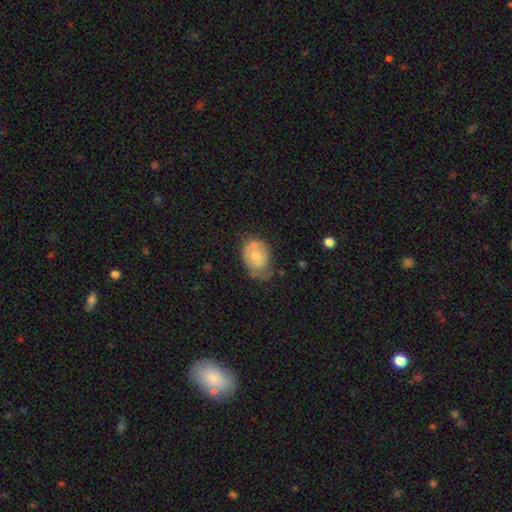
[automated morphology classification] A smooth galaxy with no disk features (59%) that is in between round and cigar-shaped (66%).

Vote fractions:
- Smooth or featured? smooth: 59% / featured or disk: 34% / star or artifact: 7%
- How rounded? in between: 66% / round: 33% / cigar-shaped: 1%
- Merging? none: 46% / minor disturbance: 38% / major disturbance: 14% / merger: 3%